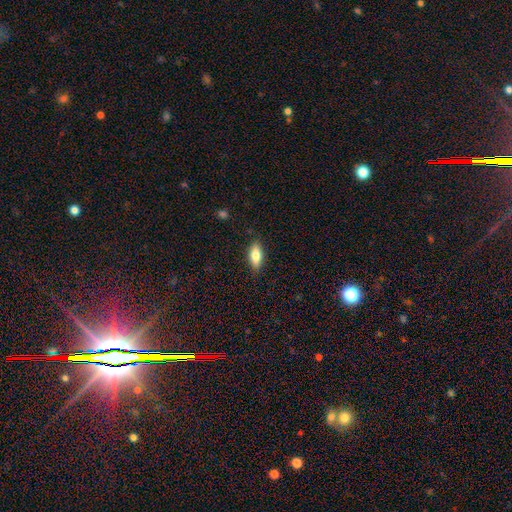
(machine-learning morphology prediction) type=smooth (78%); roundness=in between (81%); merging=none (86%).